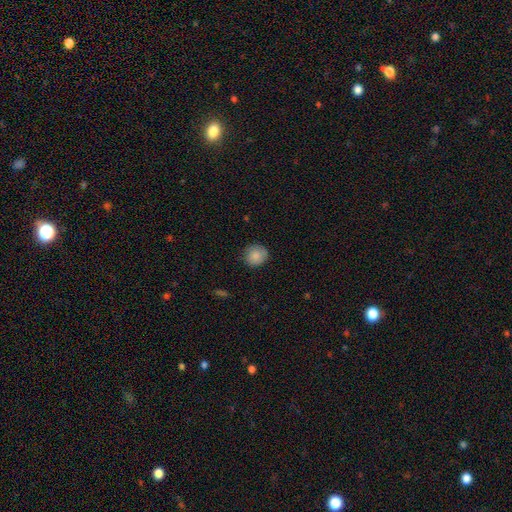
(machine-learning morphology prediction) This is clearly a smooth galaxy (85%). How rounded: clearly round (87%). Merging: clearly none (82%).